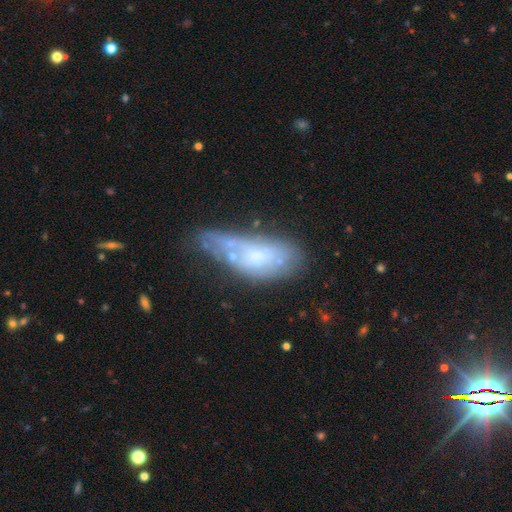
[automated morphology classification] Smooth or featured: smooth — 47% (featured or disk — 44%)
Merging: none — 30% (minor disturbance — 29%)